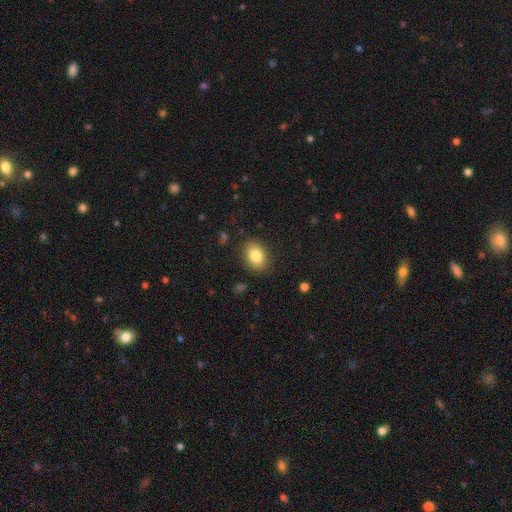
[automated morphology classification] type=smooth (83%); roundness=in between (74%); merging=none (87%).